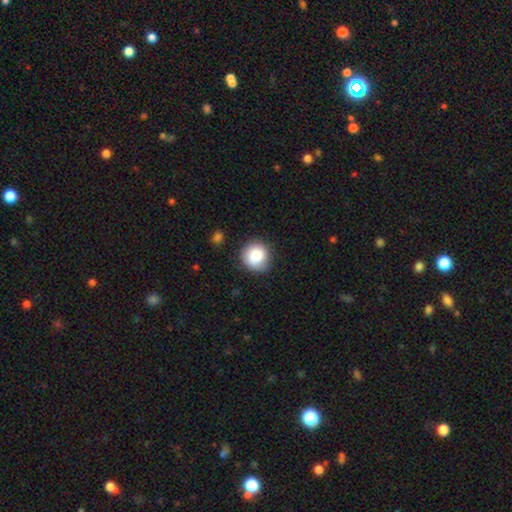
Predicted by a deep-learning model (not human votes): Q: Smooth or featured?
A: smooth (85%); runner-up: featured or disk (8%)
Q: How rounded?
A: round (90%); runner-up: in between (9%)
Q: Merging?
A: none (76%); runner-up: minor disturbance (17%)